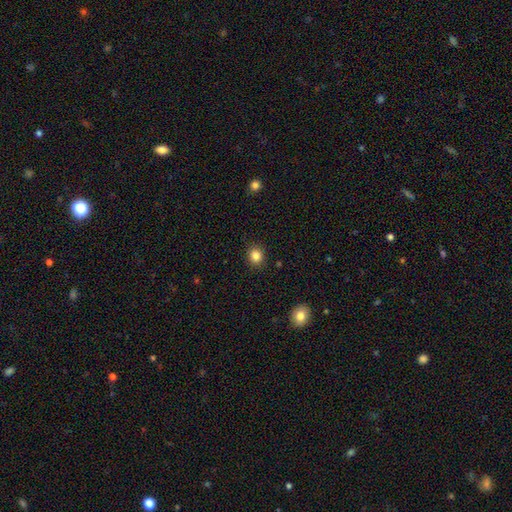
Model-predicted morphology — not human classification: Smooth or featured? smooth (85%)
How rounded? round (79%)
Merging? none (90%)